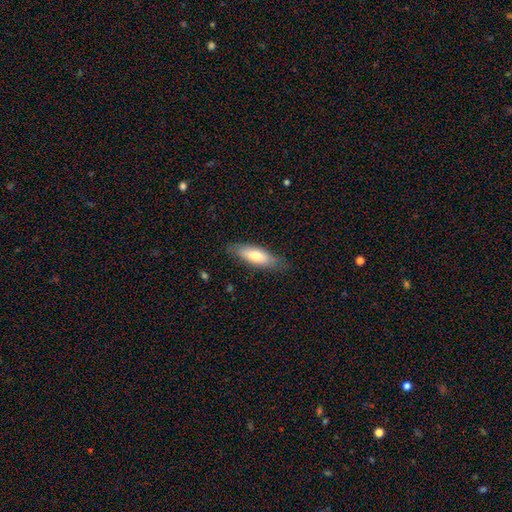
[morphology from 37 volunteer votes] smooth 62%, featured or disk 32%, star or artifact 5%. Down the decision tree: how rounded — in between (61%); merging — none (77%).